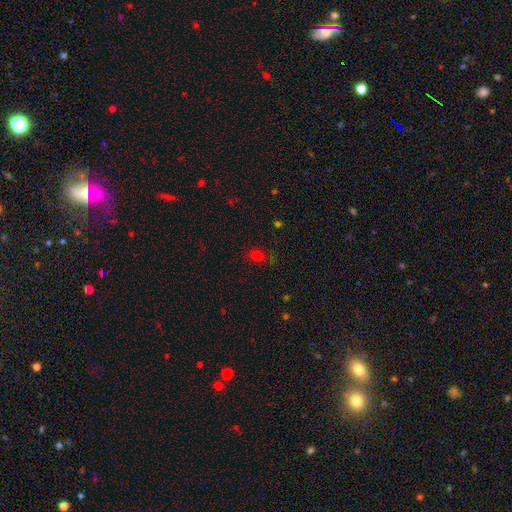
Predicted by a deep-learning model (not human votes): Smooth or featured?
  - smooth: 71% *
  - star or artifact: 22%
  - featured or disk: 7%
How rounded?
  - in between: 54% *
  - round: 44%
  - cigar-shaped: 2%
Merging?
  - none: 74% *
  - minor disturbance: 18%
  - major disturbance: 7%
  - merger: 2%